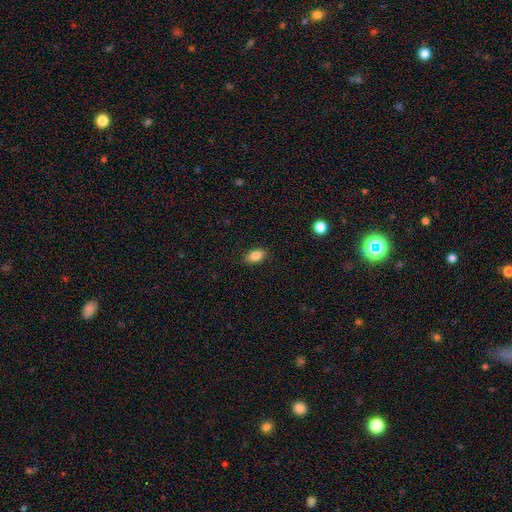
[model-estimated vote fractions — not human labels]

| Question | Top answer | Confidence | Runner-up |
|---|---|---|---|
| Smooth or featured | smooth | 85% | star or artifact (8%) |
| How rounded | in between | 90% | round (7%) |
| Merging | none | 87% | minor disturbance (9%) |